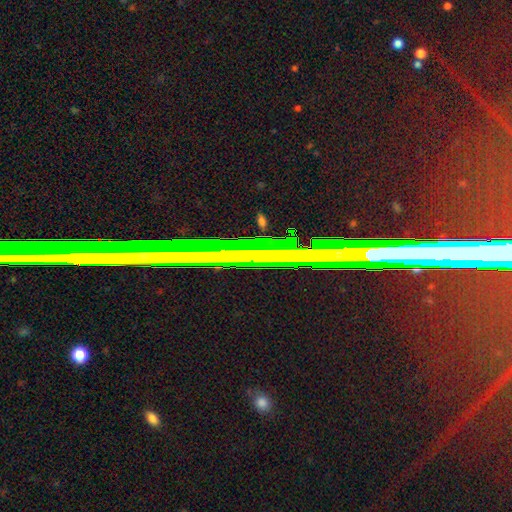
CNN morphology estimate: Smooth or featured? Predicted: star or artifact (p=0.67).